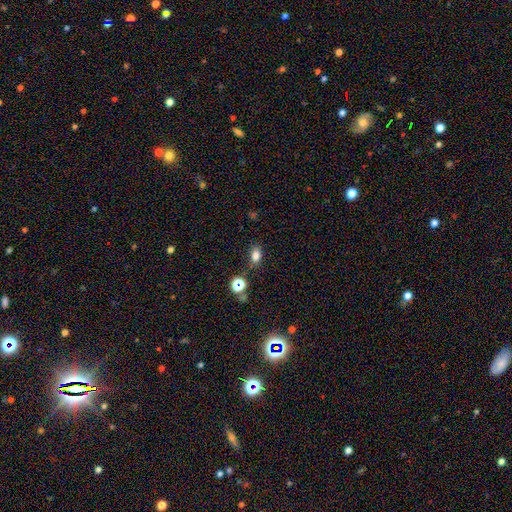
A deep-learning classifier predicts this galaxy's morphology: type=smooth (77%); roundness=in between (79%); merging=none (82%).